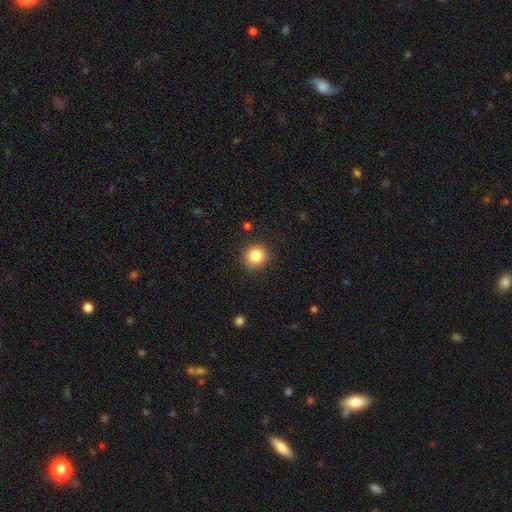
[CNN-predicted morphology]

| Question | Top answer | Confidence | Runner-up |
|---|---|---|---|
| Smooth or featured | smooth | 85% | star or artifact (10%) |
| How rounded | round | 91% | in between (8%) |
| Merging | none | 88% | minor disturbance (8%) |